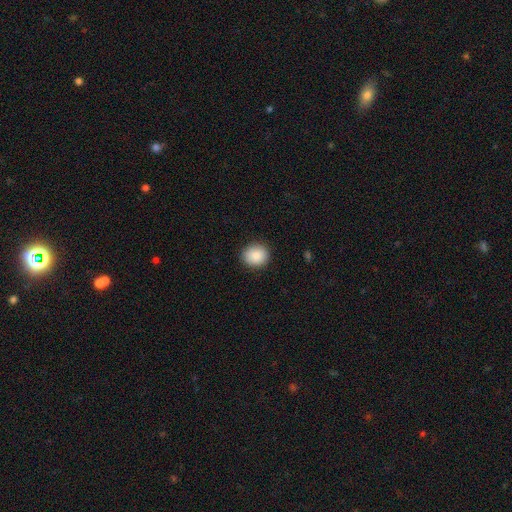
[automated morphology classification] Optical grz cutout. It shows a smooth galaxy with no disk features (88%) that is round (81%). Merging: none (90%).